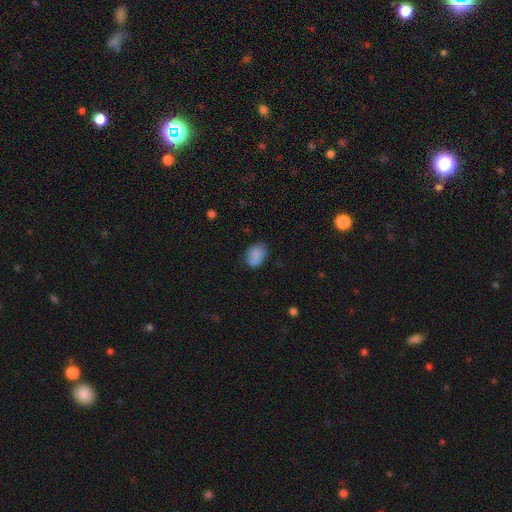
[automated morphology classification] A smooth galaxy with no disk features (80%) that is in between round and cigar-shaped (73%).

Vote fractions:
- Smooth or featured? smooth: 80% / featured or disk: 12% / star or artifact: 9%
- How rounded? in between: 73% / round: 26% / cigar-shaped: 1%
- Merging? none: 61% / minor disturbance: 25% / merger: 7% / major disturbance: 7%